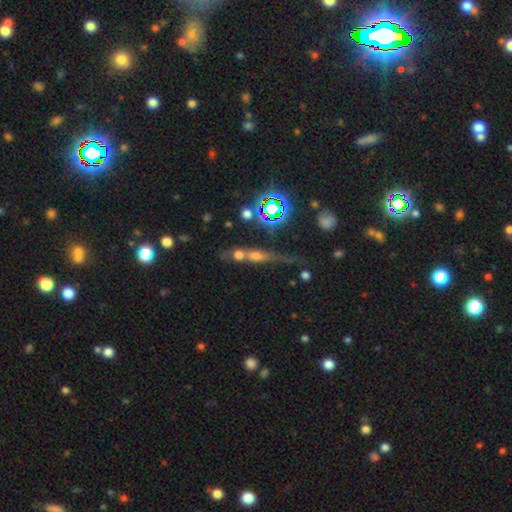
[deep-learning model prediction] Smooth or featured? smooth (41%)
Merging? merger (44%)